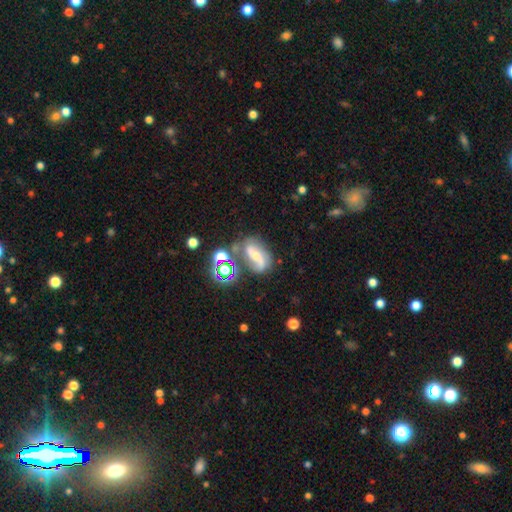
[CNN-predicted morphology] smooth_or_featured: featured or disk (p=0.68) [alt: smooth p=0.19]
disk_edge_on: no (p=0.94) [alt: yes p=0.06]
bar: strong (p=0.36) [alt: weak p=0.33]
has_spiral_arms: yes (p=0.87) [alt: no p=0.13]
spiral_winding: loose (p=0.47) [alt: medium p=0.37]
spiral_arm_count: 2 (p=0.83) [alt: can't tell p=0.07]
bulge_size: moderate (p=0.47) [alt: small p=0.45]
merging: none (p=0.58) [alt: minor disturbance p=0.19]